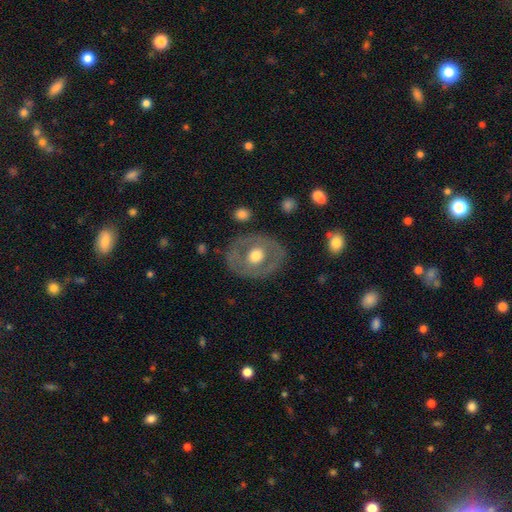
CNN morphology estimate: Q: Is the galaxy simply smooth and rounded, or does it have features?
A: featured or disk — 51%.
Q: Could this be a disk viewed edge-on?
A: no — 94%.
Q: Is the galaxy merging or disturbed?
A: none — 80%.